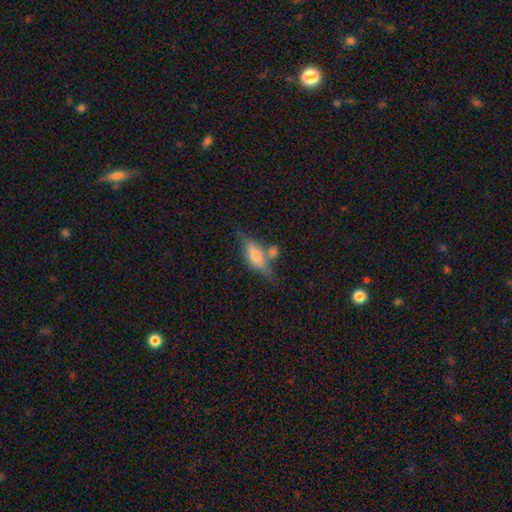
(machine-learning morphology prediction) Smooth or featured?
  - featured or disk: 58% *
  - smooth: 33%
  - star or artifact: 9%
Edge-on disk?
  - yes: 88% *
  - no: 12%
Edge-on bulge?
  - rounded: 78% *
  - boxy: 17%
  - none: 6%
Merging?
  - none: 59% *
  - minor disturbance: 18%
  - merger: 16%
  - major disturbance: 7%